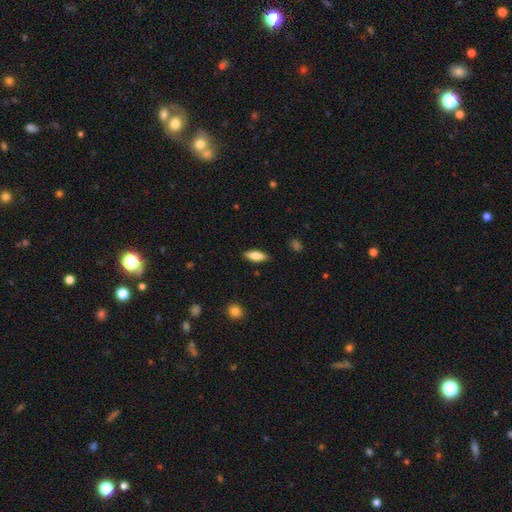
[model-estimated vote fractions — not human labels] smooth_or_featured: smooth (p=0.80) [alt: featured or disk p=0.14]
how_rounded: in between (p=0.66) [alt: cigar-shaped p=0.32]
merging: none (p=0.87) [alt: minor disturbance p=0.10]